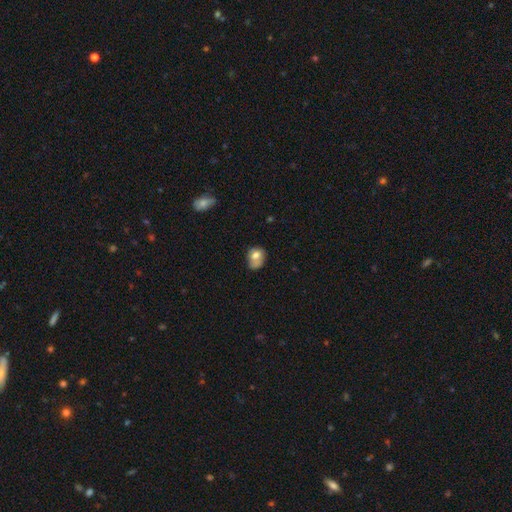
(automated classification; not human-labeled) Smooth or featured? Predicted: smooth (p=0.69). How rounded? Predicted: in between (p=0.52). Merging? Predicted: none (p=0.38).